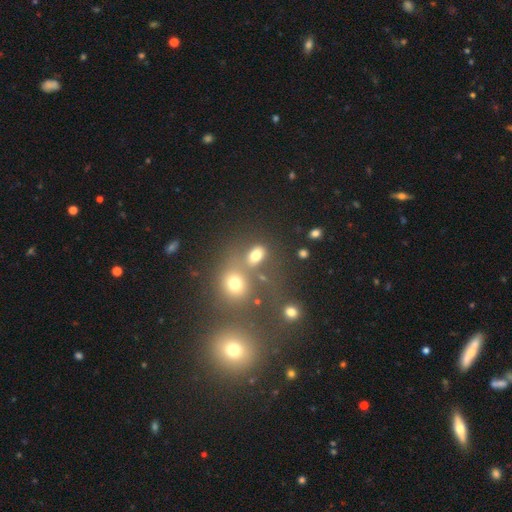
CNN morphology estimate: type=smooth (71%); roundness=in between (65%); merging=none (51%).